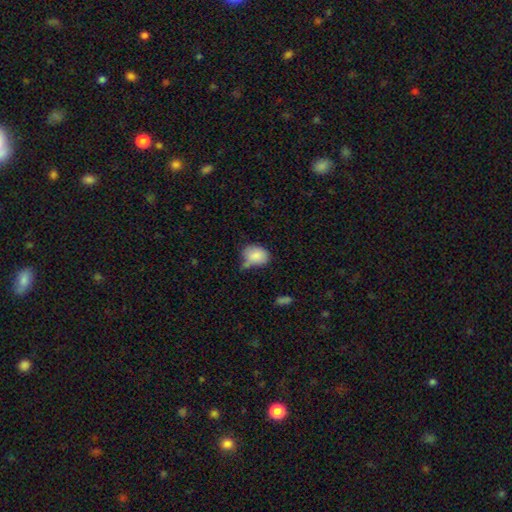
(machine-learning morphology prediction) A smooth galaxy with no disk features (85%) that is in between round and cigar-shaped (65%).

Vote fractions:
- Smooth or featured? smooth: 85% / star or artifact: 8% / featured or disk: 7%
- How rounded? in between: 65% / round: 34% / cigar-shaped: 1%
- Merging? none: 49% / minor disturbance: 29% / merger: 13% / major disturbance: 8%